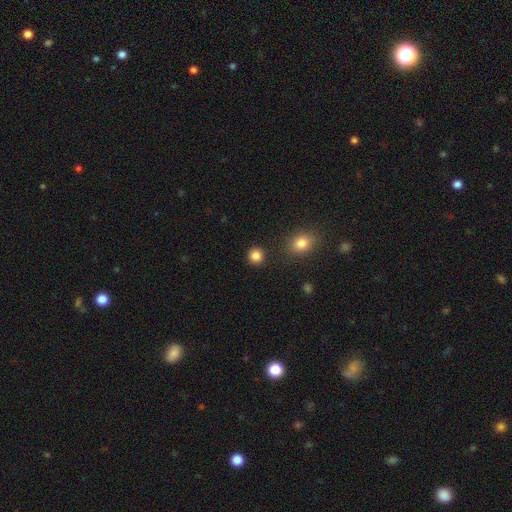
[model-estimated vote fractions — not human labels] Smooth or featured?
  - smooth: 85% *
  - star or artifact: 11%
  - featured or disk: 4%
How rounded?
  - round: 92% *
  - in between: 7%
  - cigar-shaped: 1%
Merging?
  - none: 90% *
  - minor disturbance: 6%
  - merger: 3%
  - major disturbance: 2%